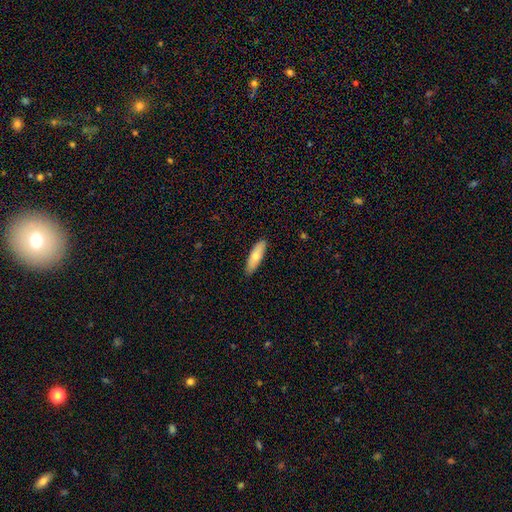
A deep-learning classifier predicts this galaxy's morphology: smooth 70%, featured or disk 25%, star or artifact 6%. Down the decision tree: how rounded — cigar-shaped (49%, tied with in between); merging — none (88%).